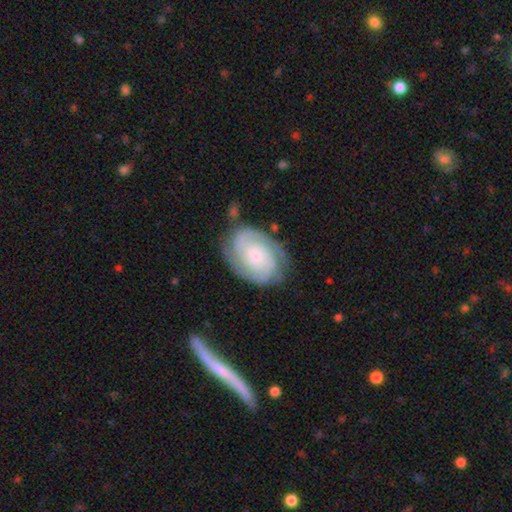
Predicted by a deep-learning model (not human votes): Overall: featured or disk (82%). Edge-on disk: no (97%). Bar: no (71%). Spiral arms: yes (96%). Spiral arm count: 2 (67%). Spiral winding: tight (63%; medium 29%). Bulge size: small (71%). Merging: none (76%).